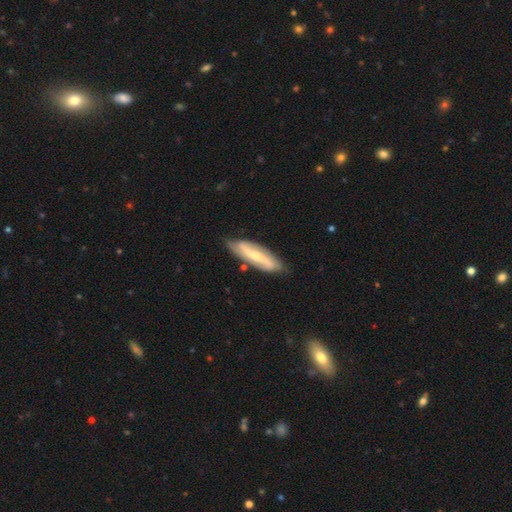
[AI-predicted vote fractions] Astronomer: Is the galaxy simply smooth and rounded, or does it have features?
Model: featured or disk — 76%.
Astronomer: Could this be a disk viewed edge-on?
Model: no — 79%.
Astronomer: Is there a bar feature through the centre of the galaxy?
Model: strong — 47% (runner-up: weak, 32%).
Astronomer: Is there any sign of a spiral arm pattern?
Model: yes — 92%.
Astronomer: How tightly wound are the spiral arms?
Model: loose — 52% (runner-up: medium, 31%).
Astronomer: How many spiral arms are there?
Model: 2 — 88%.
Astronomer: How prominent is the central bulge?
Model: small — 62%.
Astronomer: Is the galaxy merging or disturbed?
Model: none — 80%.